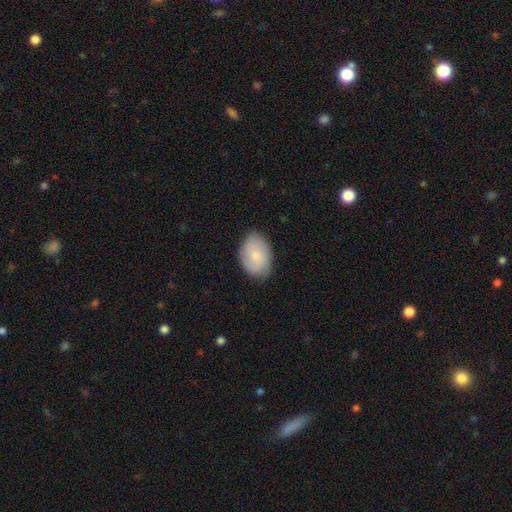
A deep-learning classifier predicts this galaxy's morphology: smooth_or_featured: smooth (p=0.66) [alt: featured or disk p=0.28]
how_rounded: in between (p=0.80) [alt: round p=0.19]
merging: none (p=0.79) [alt: minor disturbance p=0.16]